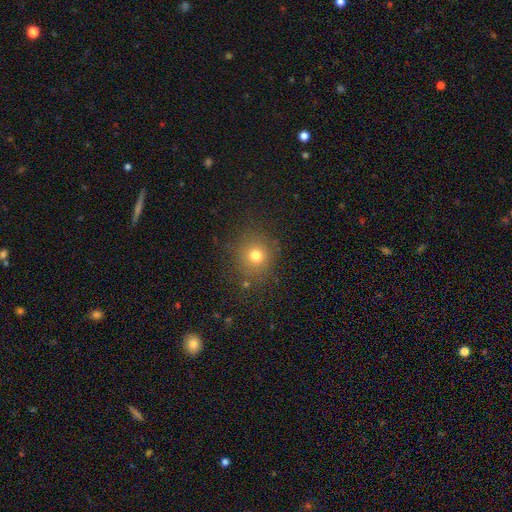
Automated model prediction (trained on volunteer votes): Q: Smooth or featured?
A: smooth (73%); runner-up: star or artifact (18%)
Q: How rounded?
A: round (87%); runner-up: in between (12%)
Q: Merging?
A: none (83%); runner-up: minor disturbance (10%)